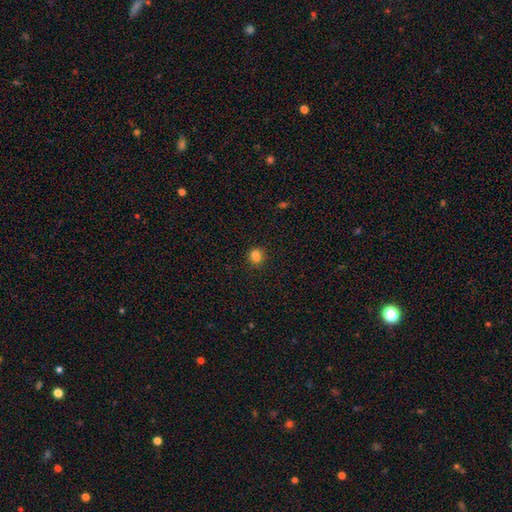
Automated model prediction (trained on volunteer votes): The model was most divided on "how rounded": round: 69%, in between: 30%, cigar-shaped: 1%. More confident: smooth or featured — smooth (80%); merging — none (76%).